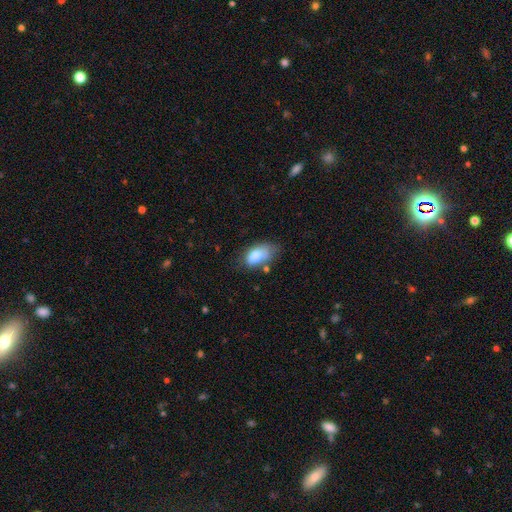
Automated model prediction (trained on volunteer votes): The model was most divided on "merging": none: 41%, minor disturbance: 35%, major disturbance: 16%, merger: 9%. More confident: how rounded — in between (92%); smooth or featured — smooth (77%).